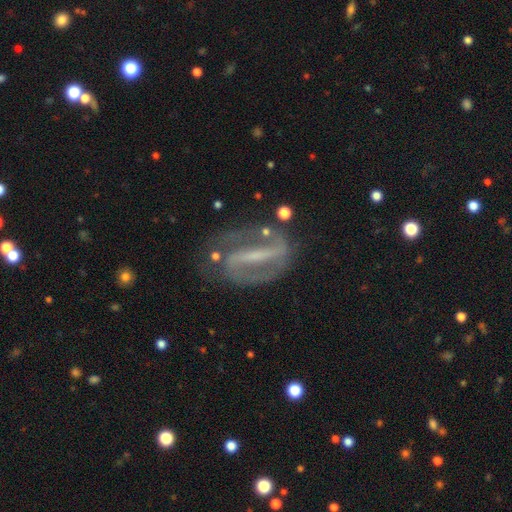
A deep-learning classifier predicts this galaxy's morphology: Smooth or featured? featured or disk (81%)
Edge-on disk? no (86%)
Bar? strong (75%)
Spiral arms? yes (80%)
Spiral winding? medium (41%)
Spiral arm count? 2 (80%)
Bulge size? small (47%)
Merging? none (67%)